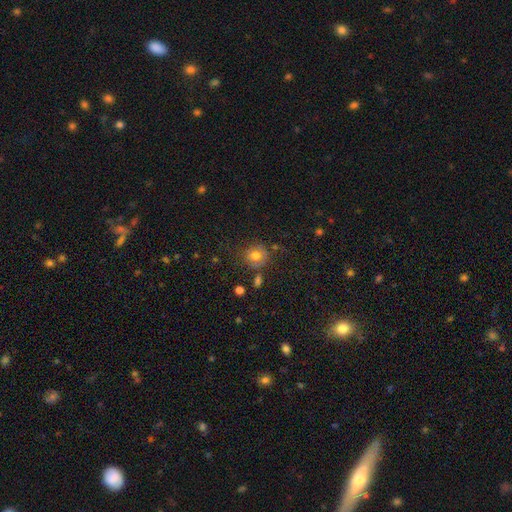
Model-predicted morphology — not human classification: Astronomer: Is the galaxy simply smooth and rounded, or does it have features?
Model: smooth — 74%.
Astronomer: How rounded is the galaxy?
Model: round — 83%.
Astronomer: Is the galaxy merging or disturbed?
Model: none — 69%.